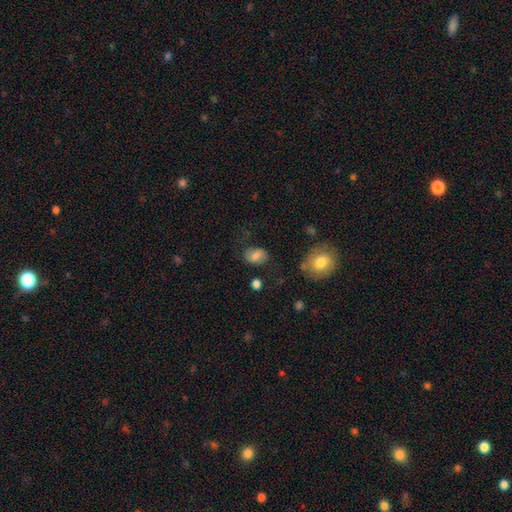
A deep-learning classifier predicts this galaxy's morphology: type=smooth (69%); roundness=in between (69%); merging=none (68%).